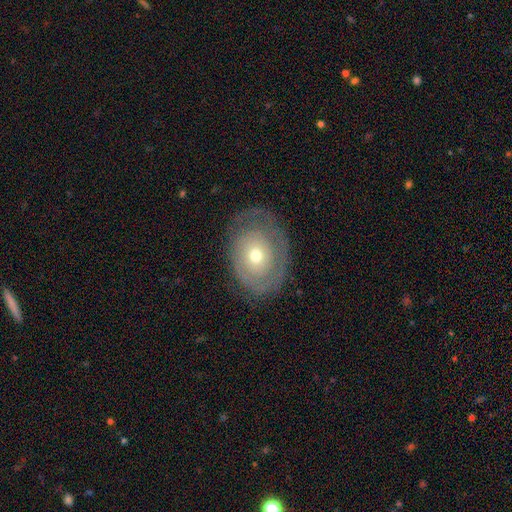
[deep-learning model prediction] Smooth or featured? featured or disk (56%)
Edge-on disk? no (94%)
Bar? no (87%)
Spiral arms? no (52%)
Bulge size? moderate (54%)
Merging? none (68%)